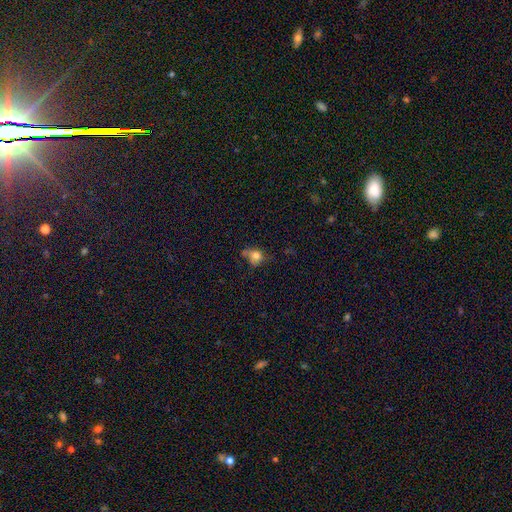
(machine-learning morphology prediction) A smooth galaxy with no disk features (77%) that is round (74%). Merging: none (48%).